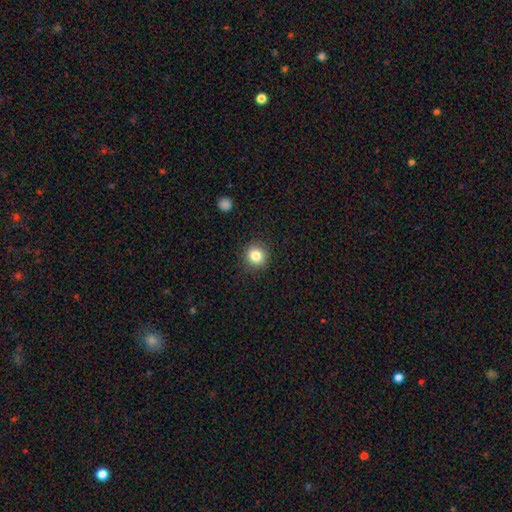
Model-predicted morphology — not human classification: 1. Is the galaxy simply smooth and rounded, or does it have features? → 84% smooth, 11% star or artifact, 6% featured or disk.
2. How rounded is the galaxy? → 91% round, 8% in between, 1% cigar-shaped.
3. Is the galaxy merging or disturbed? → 90% none, 6% minor disturbance, 2% major disturbance, 1% merger.